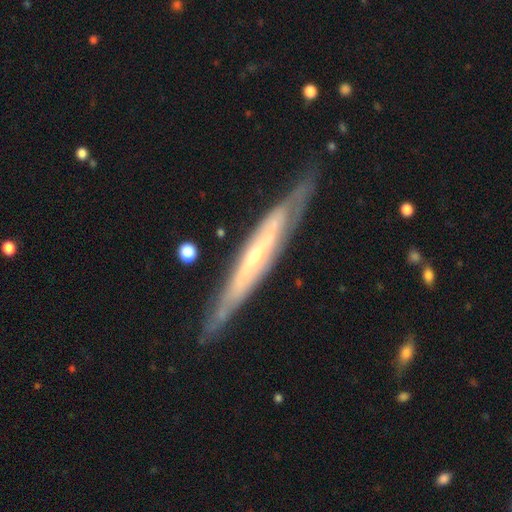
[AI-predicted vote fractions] A featured or disk galaxy (78%) viewed edge-on (71%) with a rounded central bulge (57%).

Vote fractions:
- Smooth or featured? featured or disk: 78% / smooth: 16% / star or artifact: 5%
- Edge-on disk? yes: 71% / no: 29%
- Edge-on bulge? rounded: 57% / none: 37% / boxy: 5%
- Merging? none: 80% / minor disturbance: 15% / major disturbance: 4% / merger: 2%